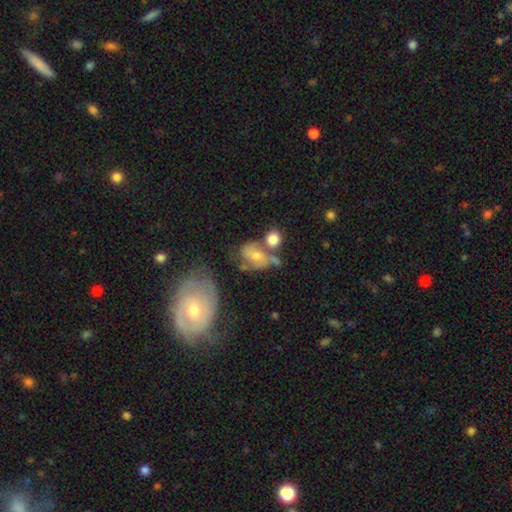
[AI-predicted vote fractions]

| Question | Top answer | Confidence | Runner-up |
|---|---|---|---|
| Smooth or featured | smooth | 46% | featured or disk (43%) |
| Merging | merger | 36% | none (32%) |